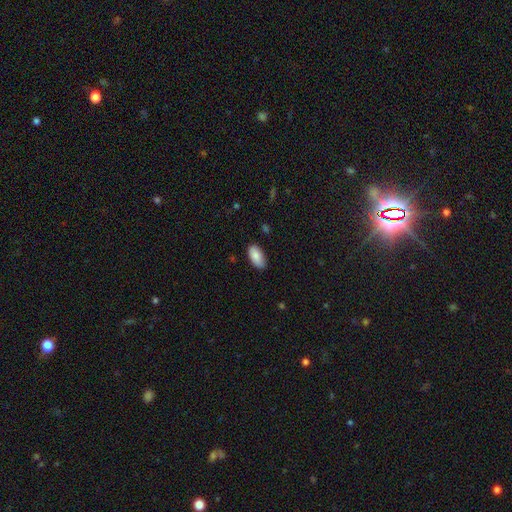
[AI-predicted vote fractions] Smooth or featured?
  - smooth: 86% *
  - featured or disk: 8%
  - star or artifact: 6%
How rounded?
  - in between: 94% *
  - cigar-shaped: 3%
  - round: 2%
Merging?
  - none: 83% *
  - minor disturbance: 14%
  - major disturbance: 2%
  - merger: 1%